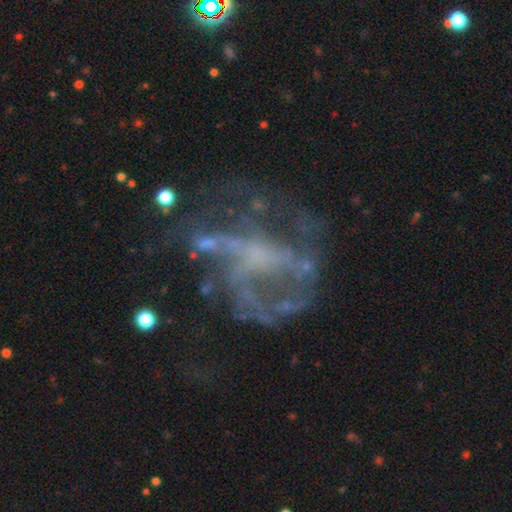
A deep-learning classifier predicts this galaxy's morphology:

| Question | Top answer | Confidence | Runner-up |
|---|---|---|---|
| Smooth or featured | featured or disk | 74% | star or artifact (15%) |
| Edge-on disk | no | 97% | yes (3%) |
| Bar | no | 65% | weak (26%) |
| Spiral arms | yes | 58% | no (42%) |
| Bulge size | none | 58% | small (24%) |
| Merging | none | 44% | major disturbance (34%) |